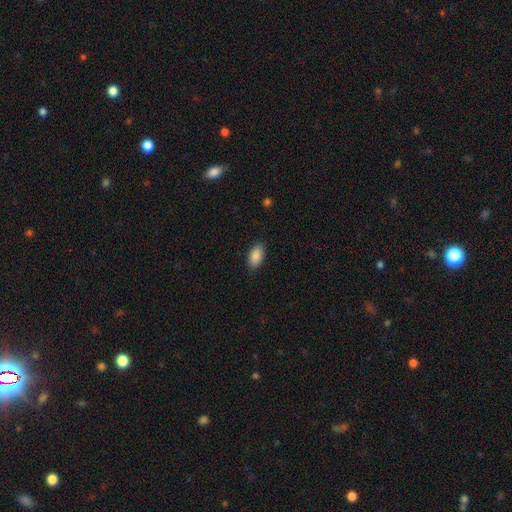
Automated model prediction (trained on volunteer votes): A smooth galaxy with no disk features (89%) that is in between round and cigar-shaped (93%). Merging: none (87%).